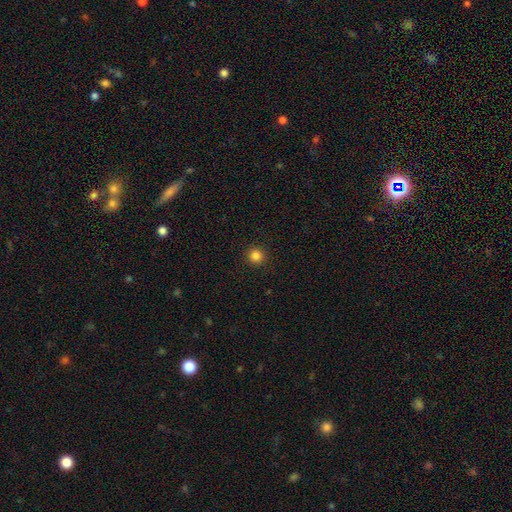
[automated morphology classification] Q: Smooth or featured?
A: smooth (84%); runner-up: star or artifact (12%)
Q: How rounded?
A: round (95%); runner-up: in between (4%)
Q: Merging?
A: none (93%); runner-up: minor disturbance (4%)